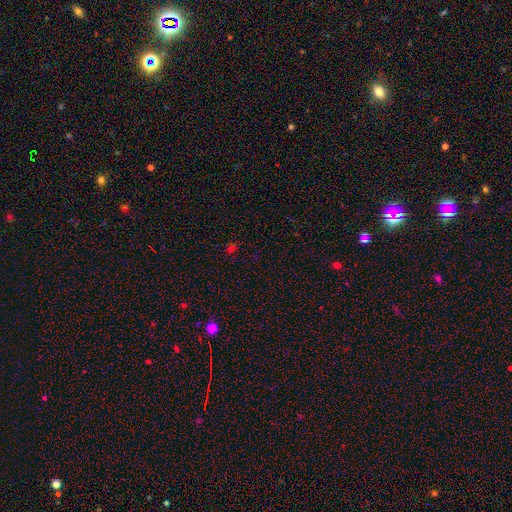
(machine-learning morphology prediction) A star or artifact, not a galaxy (56%).